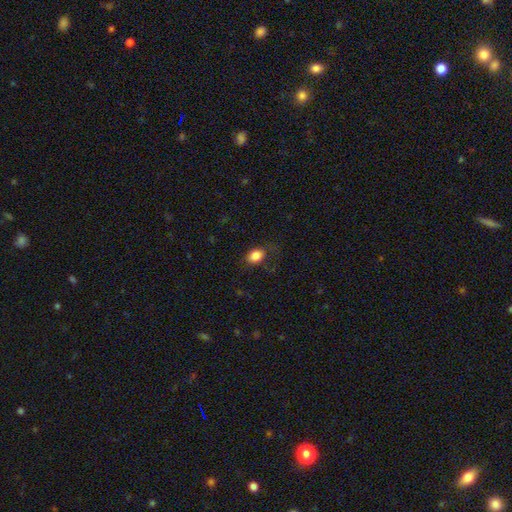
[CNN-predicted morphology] Q: Smooth or featured?
A: smooth (85%); runner-up: star or artifact (9%)
Q: How rounded?
A: in between (67%); runner-up: round (32%)
Q: Merging?
A: none (71%); runner-up: minor disturbance (19%)